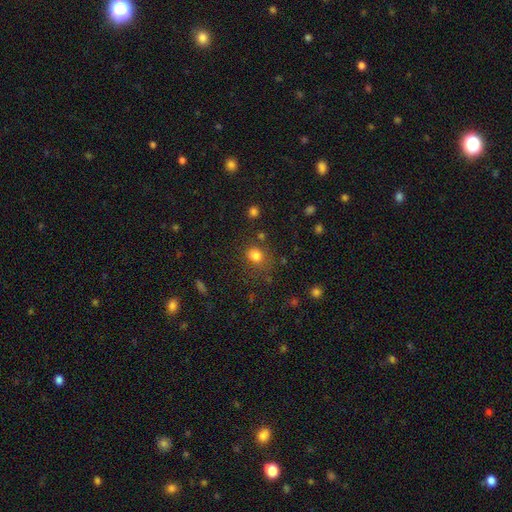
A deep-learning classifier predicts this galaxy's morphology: This appears to be a smooth galaxy with no disk features (78%) that is round (69%). Merging: none (66%).